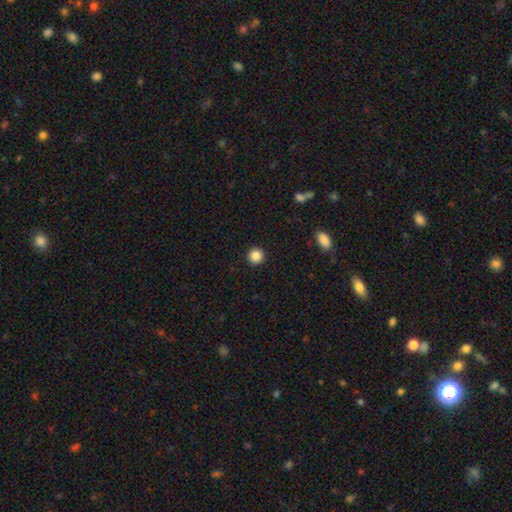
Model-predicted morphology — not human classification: Smooth or featured? smooth (87%)
How rounded? round (95%)
Merging? none (93%)